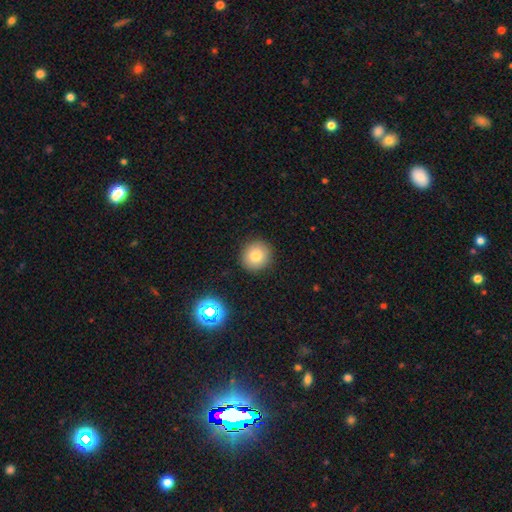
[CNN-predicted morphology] A smooth galaxy with no disk features (80%) that is round (92%). Merging: none (91%).